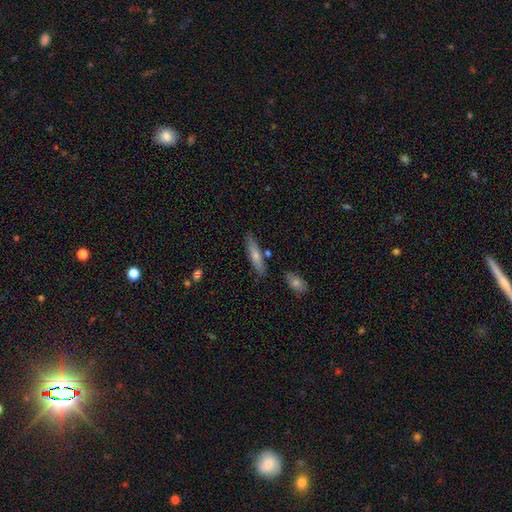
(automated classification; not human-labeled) Morphology: type=smooth (66%); roundness=cigar-shaped (75%); merging=none (79%).